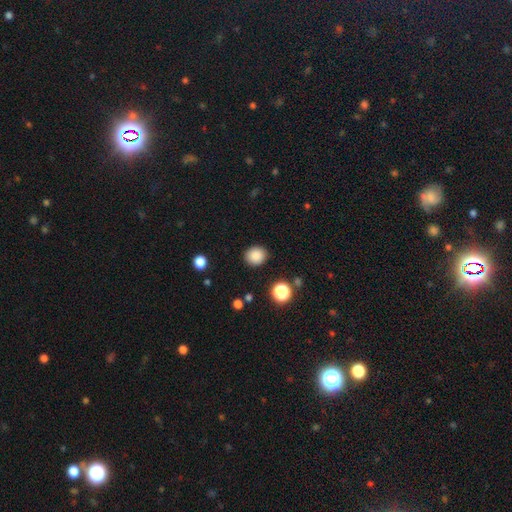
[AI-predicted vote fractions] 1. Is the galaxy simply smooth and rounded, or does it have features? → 86% smooth, 10% star or artifact, 4% featured or disk.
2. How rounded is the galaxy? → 76% round, 23% in between, 1% cigar-shaped.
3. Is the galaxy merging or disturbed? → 88% none, 8% minor disturbance, 3% major disturbance, 1% merger.